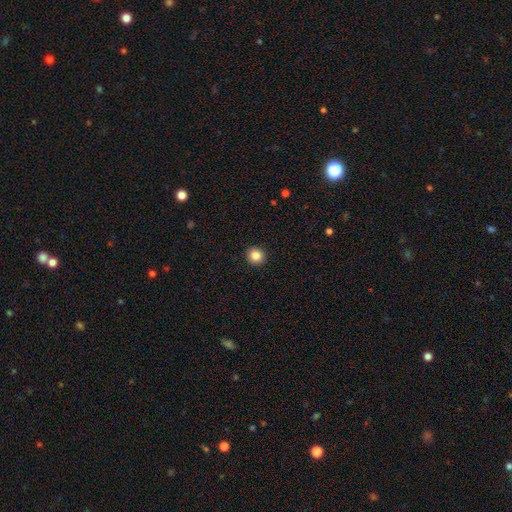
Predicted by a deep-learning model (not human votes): Smooth or featured?
  - smooth: 85% *
  - star or artifact: 10%
  - featured or disk: 5%
How rounded?
  - round: 91% *
  - in between: 8%
  - cigar-shaped: 1%
Merging?
  - none: 93% *
  - minor disturbance: 4%
  - major disturbance: 2%
  - merger: 1%